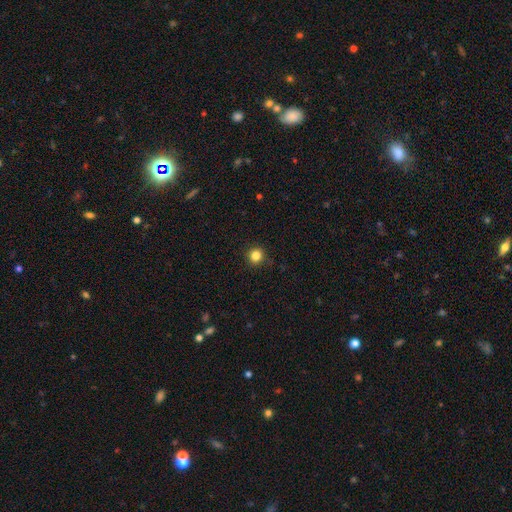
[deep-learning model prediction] A smooth galaxy with no disk features (83%) that is round (94%). Merging: none (91%).